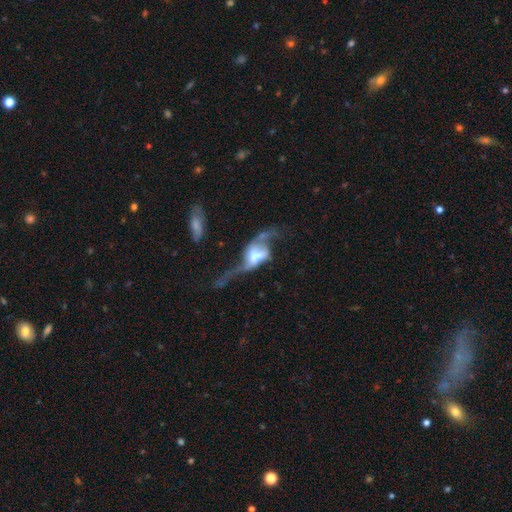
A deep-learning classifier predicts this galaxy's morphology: A featured or disk galaxy (73%) with no bar (43%), spiral arms (72%) and a large central bulge (34%). Merging: major disturbance (41%).